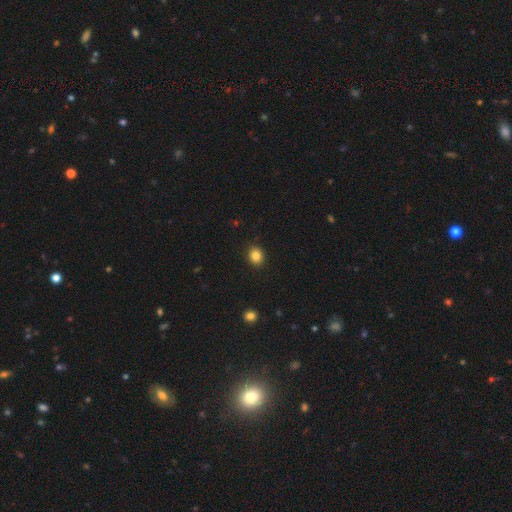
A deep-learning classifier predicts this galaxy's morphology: Smooth or featured? smooth (85%)
How rounded? round (65%)
Merging? none (91%)